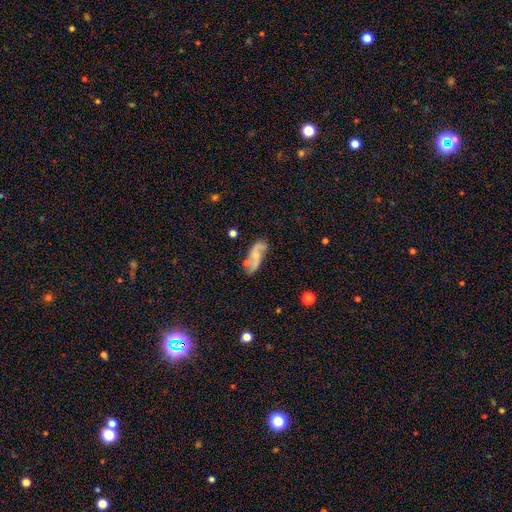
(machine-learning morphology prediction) This is likely a featured or disk galaxy (66%). It is clearly not viewed edge-on (93%). Bar: possibly no (59%). Spiral arm pattern: clearly yes (88%). Spiral arm count: clearly 2 (87%). Spiral winding: likely loose (63%). Central bulge: possibly small (55%). Merging: possibly none (55%).